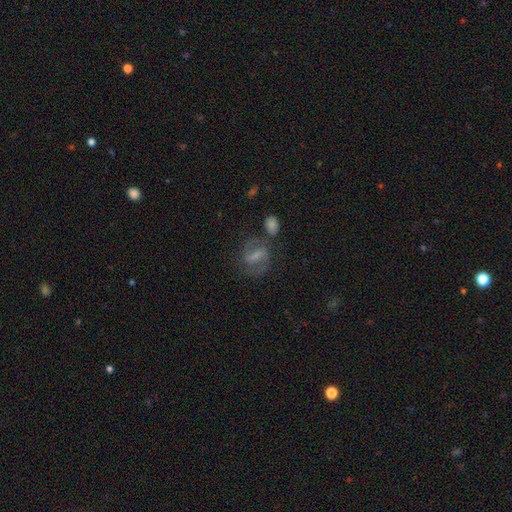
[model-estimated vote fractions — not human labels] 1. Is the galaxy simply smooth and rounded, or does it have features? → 66% featured or disk, 24% smooth, 10% star or artifact.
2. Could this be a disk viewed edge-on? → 95% no, 5% yes.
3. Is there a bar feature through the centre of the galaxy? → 52% strong, 36% weak, 12% no.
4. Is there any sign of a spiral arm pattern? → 83% yes, 17% no.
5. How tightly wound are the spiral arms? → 52% medium, 28% loose, 20% tight.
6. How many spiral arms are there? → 87% 2, 8% can't tell, 3% 1, 1% 3, 1% 4, 1% more than 4.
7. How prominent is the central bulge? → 42% small, 27% none, 24% moderate, 5% large, 2% dominant.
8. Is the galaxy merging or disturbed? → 63% none, 16% minor disturbance, 11% merger, 10% major disturbance.